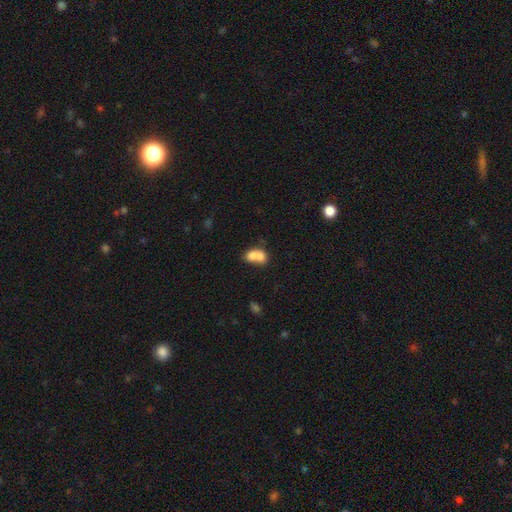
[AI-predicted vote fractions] A smooth galaxy with no disk features (73%) that is in between round and cigar-shaped (68%).

Vote fractions:
- Smooth or featured? smooth: 73% / featured or disk: 17% / star or artifact: 9%
- How rounded? in between: 68% / round: 30% / cigar-shaped: 2%
- Merging? merger: 71% / none: 18% / minor disturbance: 7% / major disturbance: 4%